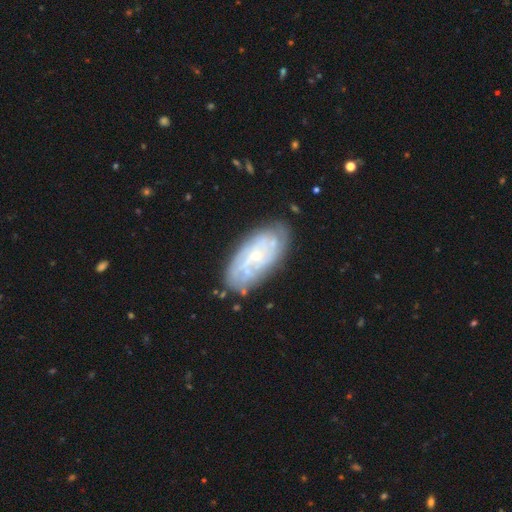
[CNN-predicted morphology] Smooth or featured?
  - featured or disk: 72% *
  - smooth: 21%
  - star or artifact: 7%
Edge-on disk?
  - no: 92% *
  - yes: 8%
Bar?
  - no: 71% *
  - weak: 25%
  - strong: 5%
Spiral arms?
  - yes: 84% *
  - no: 16%
Spiral winding?
  - tight: 63% *
  - medium: 27%
  - loose: 9%
Spiral arm count?
  - can't tell: 54% *
  - 2: 14%
  - 4: 12%
  - 3: 10%
  - more than 4: 6%
  - 1: 4%
Bulge size?
  - small: 75% *
  - moderate: 19%
  - none: 4%
  - large: 1%
  - dominant: 1%
Merging?
  - none: 77% *
  - minor disturbance: 16%
  - major disturbance: 5%
  - merger: 2%